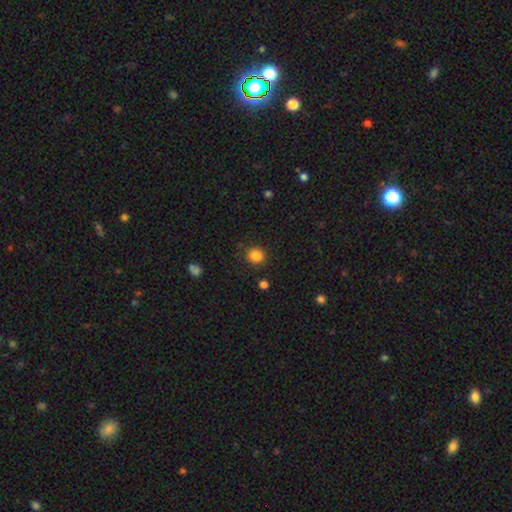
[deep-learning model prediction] Smooth or featured?
  - smooth: 85% *
  - star or artifact: 11%
  - featured or disk: 3%
How rounded?
  - round: 88% *
  - in between: 11%
  - cigar-shaped: 1%
Merging?
  - none: 86% *
  - minor disturbance: 9%
  - major disturbance: 3%
  - merger: 2%